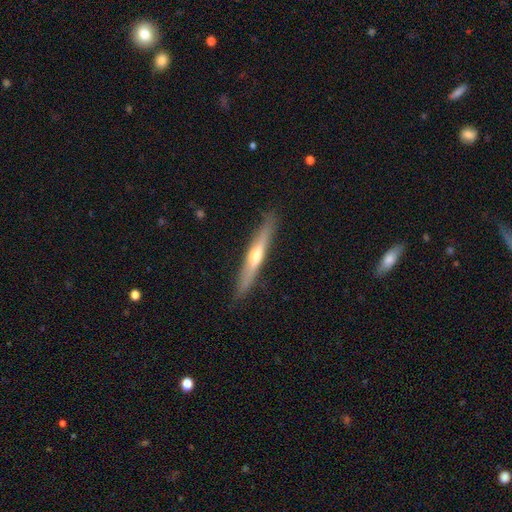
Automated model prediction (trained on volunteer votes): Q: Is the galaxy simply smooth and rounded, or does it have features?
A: featured or disk — 62%.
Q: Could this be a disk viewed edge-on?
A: yes — 95%.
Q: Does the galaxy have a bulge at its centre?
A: rounded — 82%.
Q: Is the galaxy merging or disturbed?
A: none — 89%.